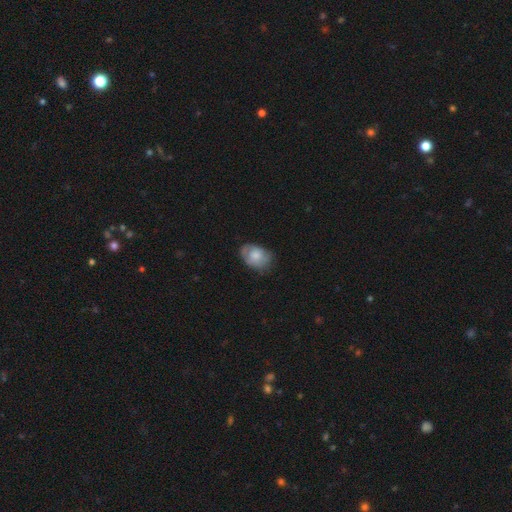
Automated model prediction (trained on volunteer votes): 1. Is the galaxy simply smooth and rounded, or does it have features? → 64% smooth, 28% featured or disk, 7% star or artifact.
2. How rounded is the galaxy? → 79% in between, 20% round, 1% cigar-shaped.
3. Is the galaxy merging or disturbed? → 62% none, 29% minor disturbance, 8% major disturbance, 1% merger.